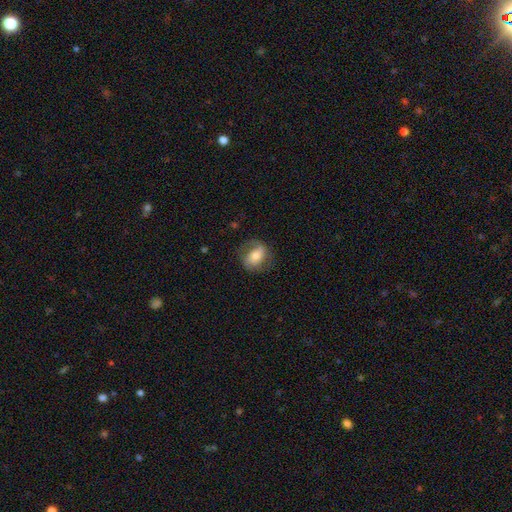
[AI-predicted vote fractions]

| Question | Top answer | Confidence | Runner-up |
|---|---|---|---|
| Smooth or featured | smooth | 52% | featured or disk (40%) |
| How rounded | in between | 64% | round (34%) |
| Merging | none | 68% | minor disturbance (20%) |